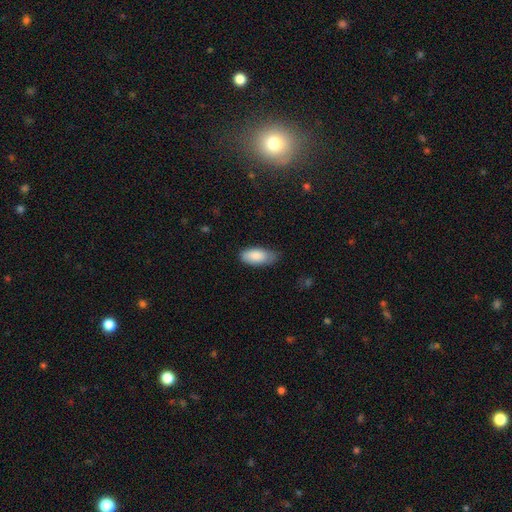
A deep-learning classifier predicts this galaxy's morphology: Smooth or featured: smooth — 87% (featured or disk — 7%)
How rounded: in between — 89% (cigar-shaped — 9%)
Merging: none — 62% (minor disturbance — 31%)